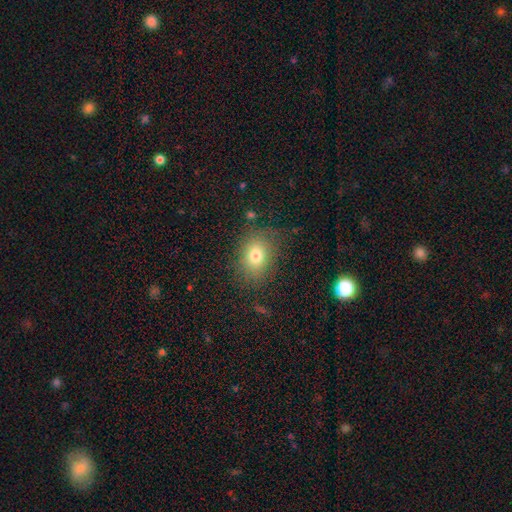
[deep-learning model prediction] A smooth galaxy with no disk features (76%) that is in between round and cigar-shaped (58%). Merging: none (79%).